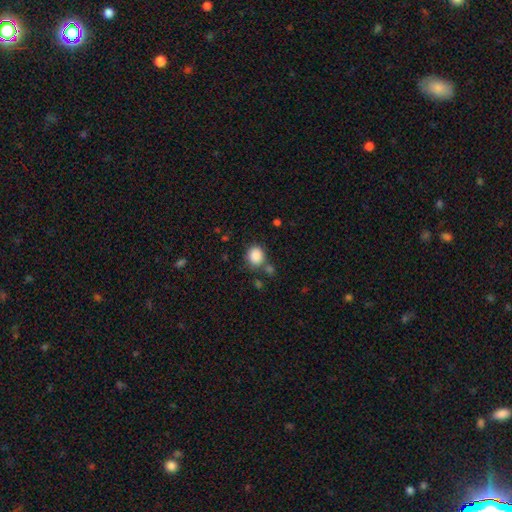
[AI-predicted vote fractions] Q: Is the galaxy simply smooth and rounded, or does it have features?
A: smooth — 87%.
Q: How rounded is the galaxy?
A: round — 68%.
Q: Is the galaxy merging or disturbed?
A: none — 69%.